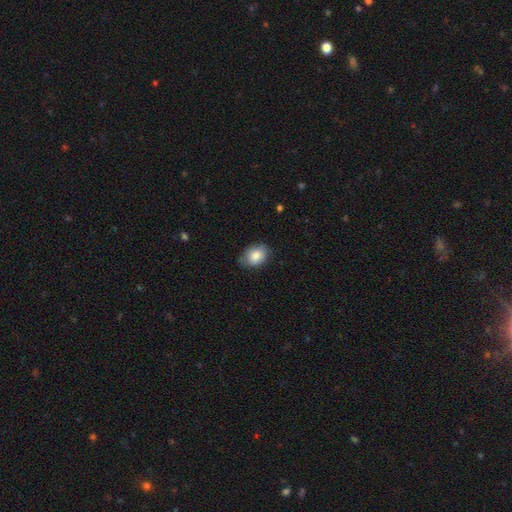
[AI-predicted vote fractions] smooth-or-featured: smooth: 85% | featured or disk: 8% | star or artifact: 7%
  how-rounded: in between: 77% | round: 22% | cigar-shaped: 1%
  merging: none: 72% | minor disturbance: 23% | major disturbance: 4% | merger: 1%